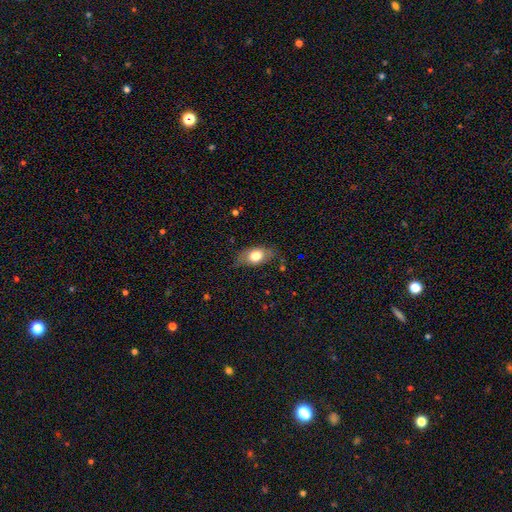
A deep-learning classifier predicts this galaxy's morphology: Smooth or featured? smooth (72%)
How rounded? in between (82%)
Merging? none (69%)